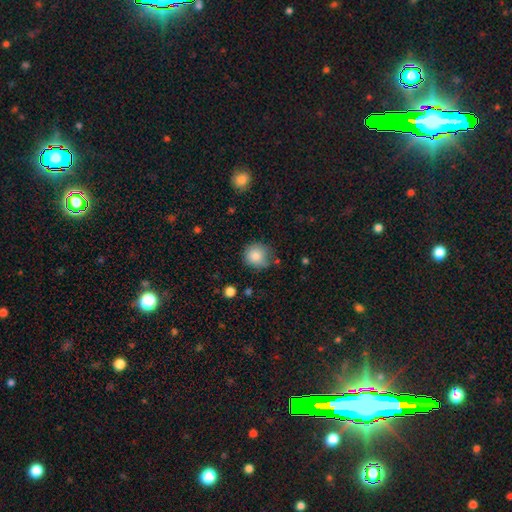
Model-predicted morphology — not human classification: Smooth or featured? Predicted: smooth (p=0.85). How rounded? Predicted: round (p=0.90). Merging? Predicted: none (p=0.68).